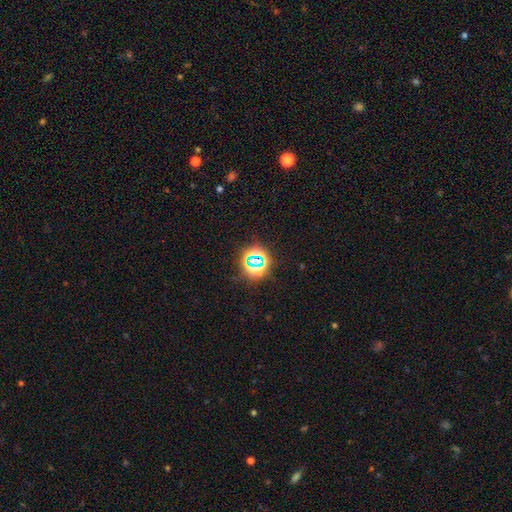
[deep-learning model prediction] star or artifact 71%, smooth 20%, featured or disk 10%.